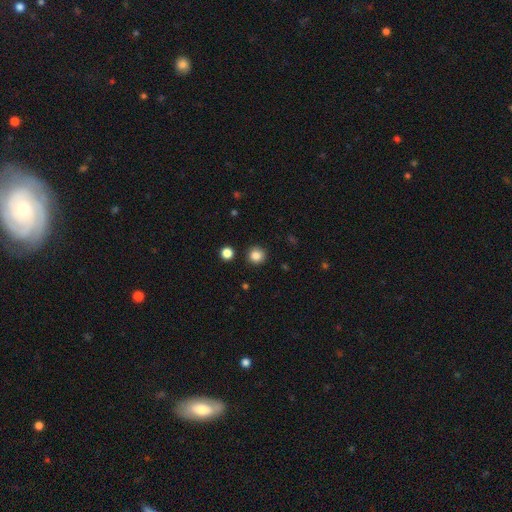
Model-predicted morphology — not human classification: smooth-or-featured: smooth: 85% | star or artifact: 11% | featured or disk: 4%
  how-rounded: round: 94% | in between: 5% | cigar-shaped: 1%
  merging: none: 91% | minor disturbance: 5% | merger: 2% | major disturbance: 2%